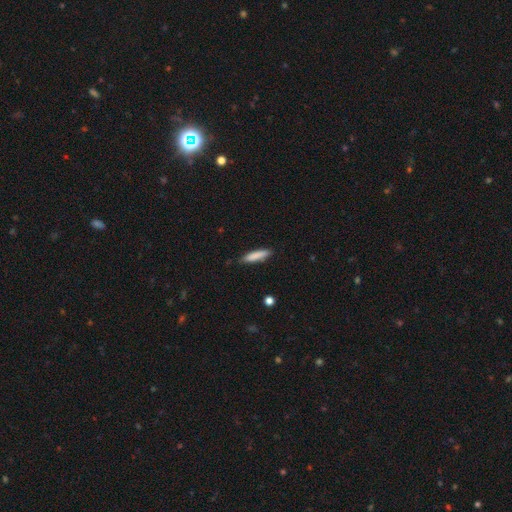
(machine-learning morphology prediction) smooth_or_featured: smooth (p=0.84) [alt: featured or disk p=0.10]
how_rounded: cigar-shaped (p=0.81) [alt: in between p=0.17]
merging: none (p=0.83) [alt: minor disturbance p=0.13]